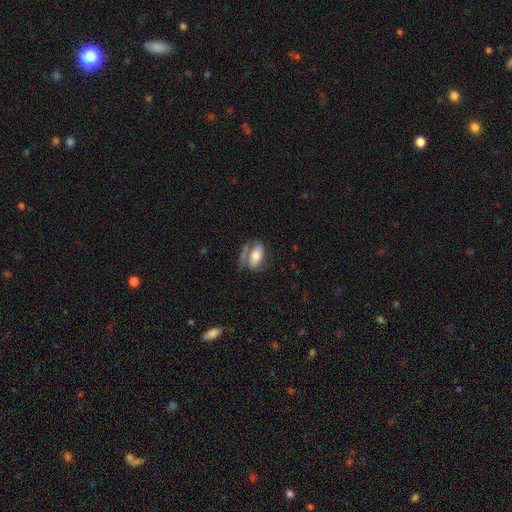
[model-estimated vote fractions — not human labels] Smooth or featured: smooth — 53% (featured or disk — 40%)
How rounded: in between — 86% (cigar-shaped — 7%)
Merging: none — 40% (major disturbance — 25%)